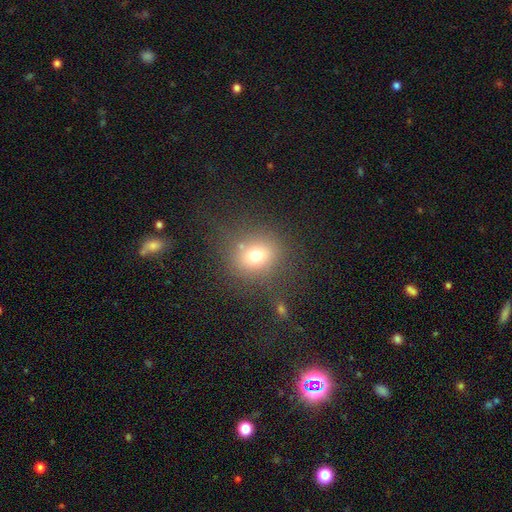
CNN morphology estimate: smooth-or-featured: smooth: 72% | star or artifact: 16% | featured or disk: 12%
  how-rounded: round: 71% | in between: 27% | cigar-shaped: 1%
  merging: none: 74% | minor disturbance: 13% | major disturbance: 8% | merger: 6%